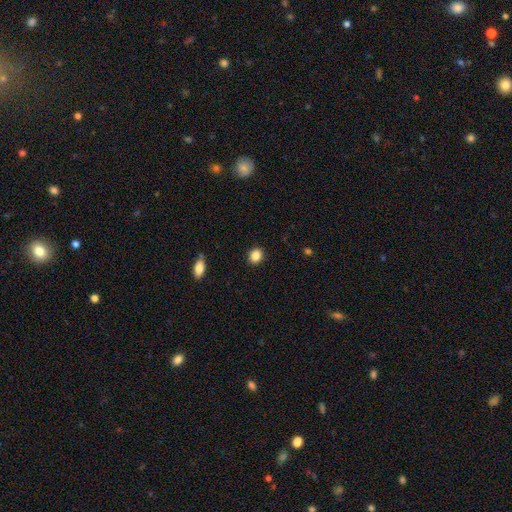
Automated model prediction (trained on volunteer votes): Q: Smooth or featured?
A: smooth (87%); runner-up: star or artifact (9%)
Q: How rounded?
A: round (66%); runner-up: in between (32%)
Q: Merging?
A: none (91%); runner-up: minor disturbance (6%)